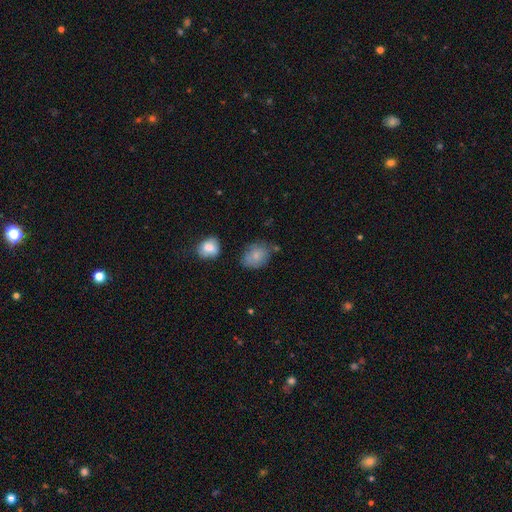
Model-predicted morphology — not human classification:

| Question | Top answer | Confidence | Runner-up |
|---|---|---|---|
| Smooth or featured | smooth | 79% | featured or disk (12%) |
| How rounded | in between | 61% | round (38%) |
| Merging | none | 61% | minor disturbance (25%) |